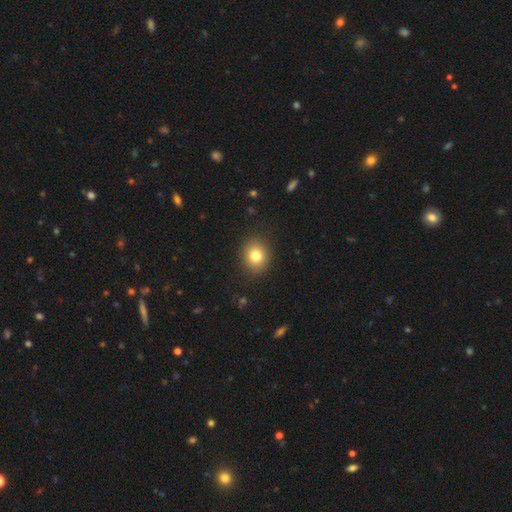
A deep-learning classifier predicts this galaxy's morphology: Smooth or featured: smooth — 80% (star or artifact — 11%)
How rounded: round — 69% (in between — 30%)
Merging: none — 88% (minor disturbance — 8%)